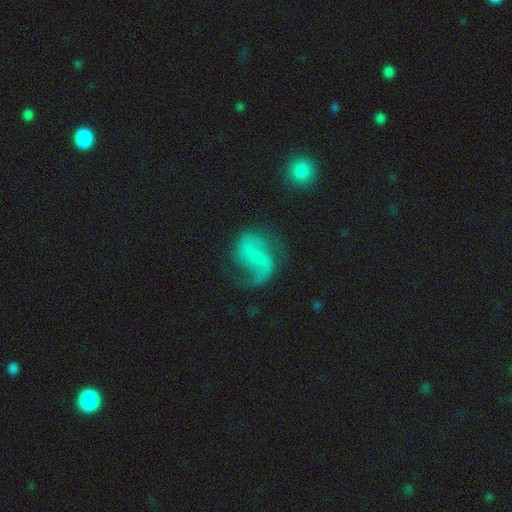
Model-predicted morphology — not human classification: This is likely a featured or disk galaxy (78%). It is clearly not viewed edge-on (98%). Bar: marginally weak (43%). Spiral arm pattern: clearly yes (94%). Spiral arm count: likely 2 (79%). Spiral winding: likely loose (64%). Central bulge: possibly none (47%). Merging: likely none (61%).